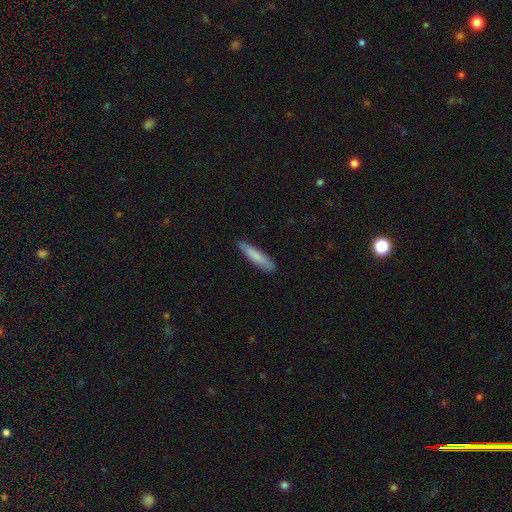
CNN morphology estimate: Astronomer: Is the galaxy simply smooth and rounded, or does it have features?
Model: smooth — 79%.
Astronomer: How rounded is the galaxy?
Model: cigar-shaped — 86%.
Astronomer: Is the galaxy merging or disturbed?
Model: none — 85%.